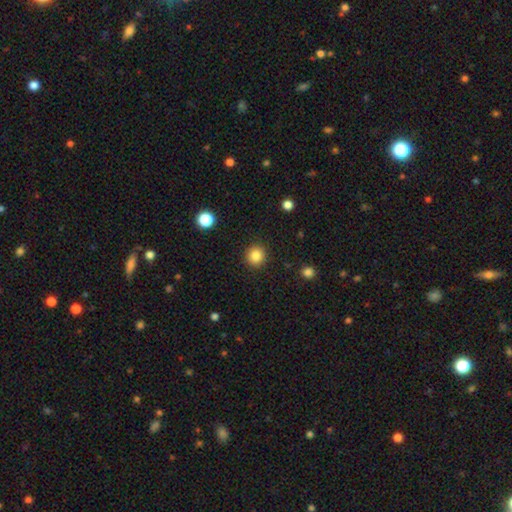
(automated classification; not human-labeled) Smooth or featured? Predicted: smooth (p=0.85). How rounded? Predicted: round (p=0.92). Merging? Predicted: none (p=0.92).